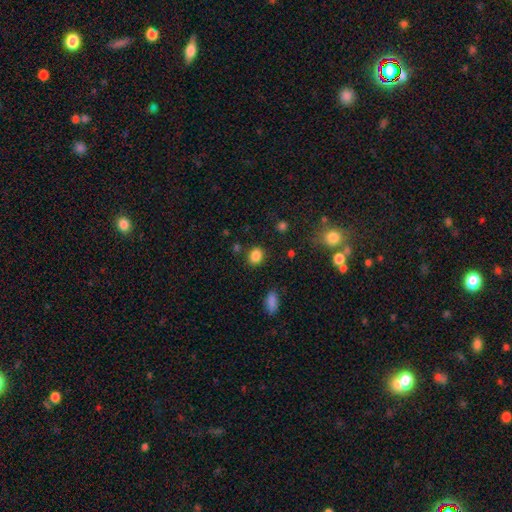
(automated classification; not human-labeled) Smooth or featured? Predicted: smooth (p=0.85). How rounded? Predicted: round (p=0.51). Merging? Predicted: none (p=0.85).